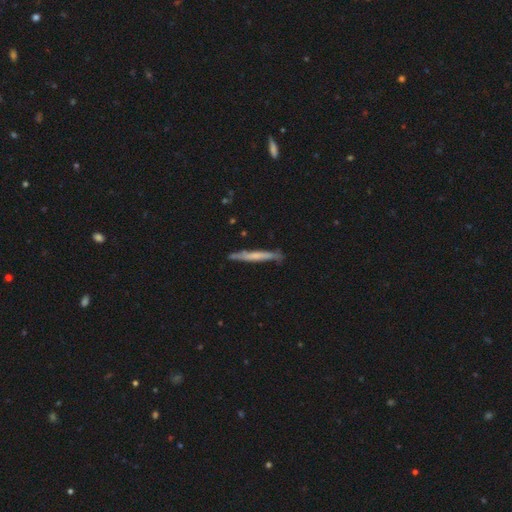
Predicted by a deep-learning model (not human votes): This appears to be a smooth galaxy with no disk features (47%, tied with featured or disk). Merging: none (81%).